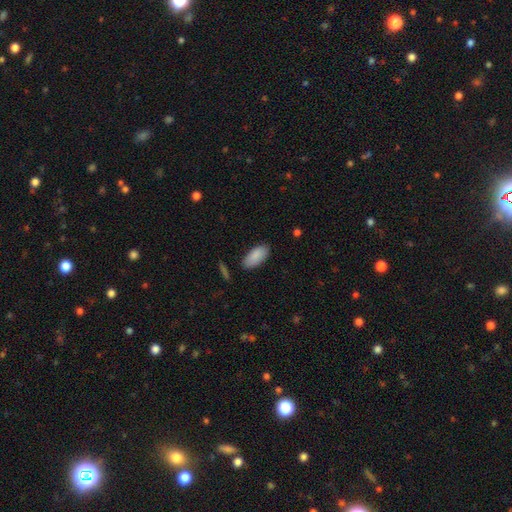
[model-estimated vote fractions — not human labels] Q: Smooth or featured?
A: smooth (89%); runner-up: star or artifact (6%)
Q: How rounded?
A: in between (90%); runner-up: cigar-shaped (8%)
Q: Merging?
A: none (84%); runner-up: minor disturbance (12%)